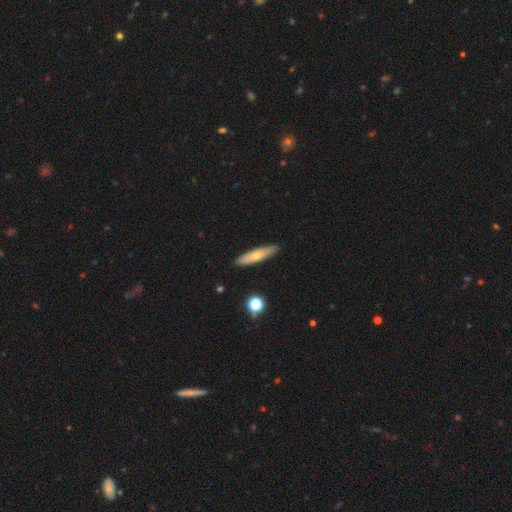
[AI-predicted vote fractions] smooth 60%, featured or disk 34%, star or artifact 6%. Down the decision tree: how rounded — cigar-shaped (77%); merging — none (90%).